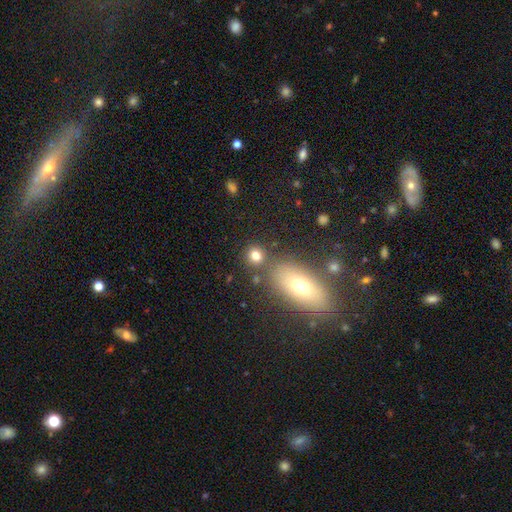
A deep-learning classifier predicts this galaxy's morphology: The model was most divided on "merging": none: 75%, merger: 12%, minor disturbance: 9%, major disturbance: 4%. More confident: how rounded — round (82%); smooth or featured — smooth (78%).